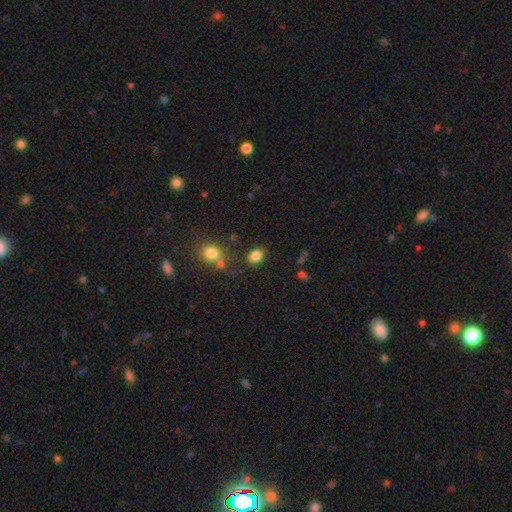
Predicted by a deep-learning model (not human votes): A smooth galaxy with no disk features (84%) that is in between round and cigar-shaped (68%). Merging: none (77%).